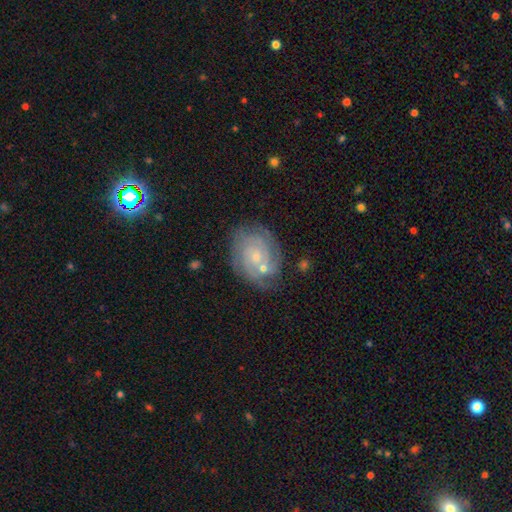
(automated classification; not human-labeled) A featured or disk galaxy (77%) with no bar (74%), tight (70%) spiral arms (93%) and a small central bulge (69%). Merging: none (62%).